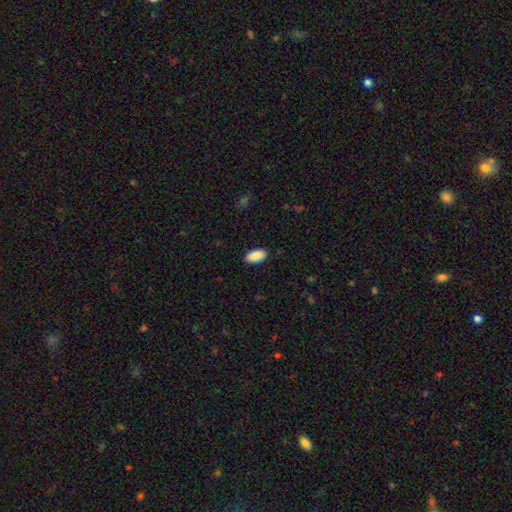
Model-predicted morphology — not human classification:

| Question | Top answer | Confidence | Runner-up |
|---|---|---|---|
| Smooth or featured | smooth | 91% | star or artifact (6%) |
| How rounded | in between | 95% | cigar-shaped (3%) |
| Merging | none | 89% | minor disturbance (8%) |